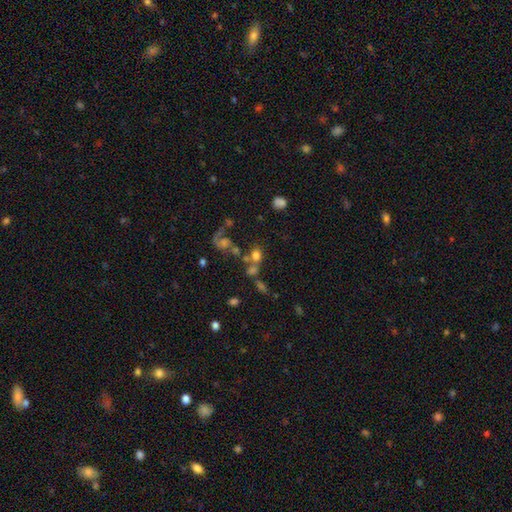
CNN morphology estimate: smooth_or_featured: smooth (p=0.64) [alt: star or artifact p=0.18]
how_rounded: round (p=0.58) [alt: in between p=0.39]
merging: none (p=0.40) [alt: merger p=0.38]